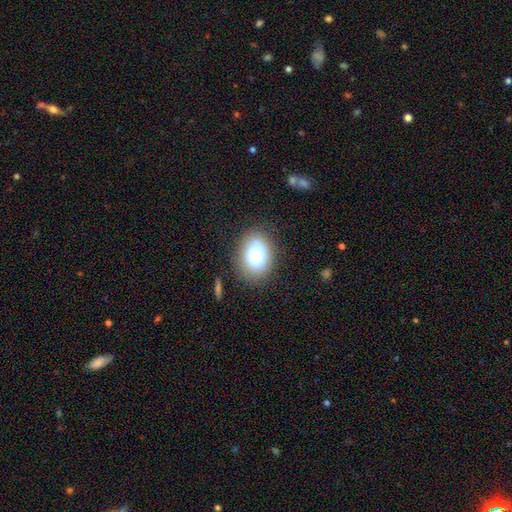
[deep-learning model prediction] smooth 75%, featured or disk 15%, star or artifact 10%. Down the decision tree: how rounded — in between (65%); merging — none (74%).